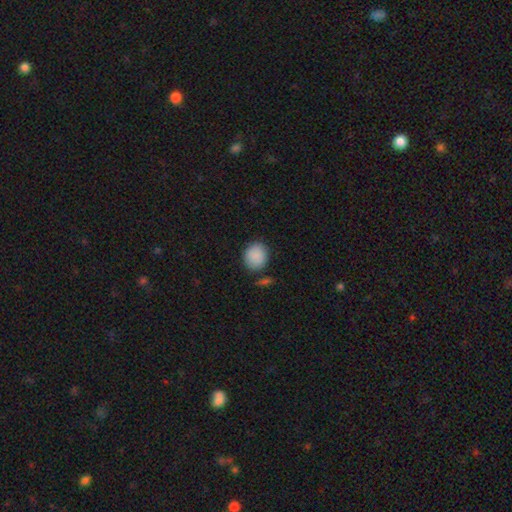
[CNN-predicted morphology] Smooth or featured? Predicted: smooth (p=0.89). How rounded? Predicted: round (p=0.69). Merging? Predicted: none (p=0.79).